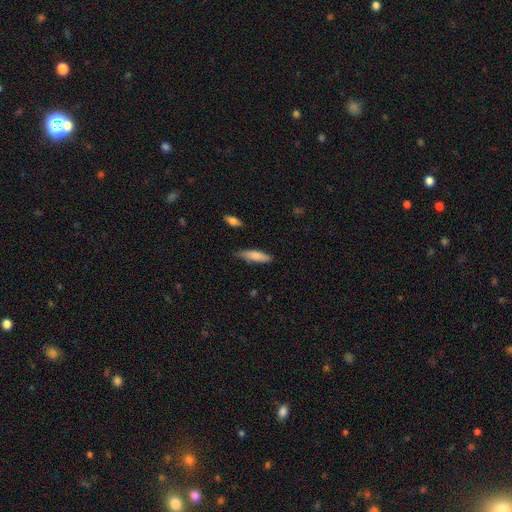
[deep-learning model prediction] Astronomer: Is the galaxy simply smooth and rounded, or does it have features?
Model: smooth — 81%.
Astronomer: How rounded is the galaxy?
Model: cigar-shaped — 64%.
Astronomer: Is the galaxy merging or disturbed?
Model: none — 75%.